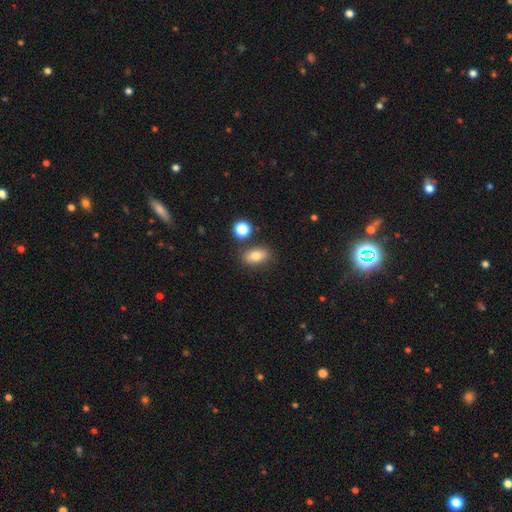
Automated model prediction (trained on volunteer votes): A smooth galaxy with no disk features (79%) that is in between round and cigar-shaped (84%). Merging: none (79%).